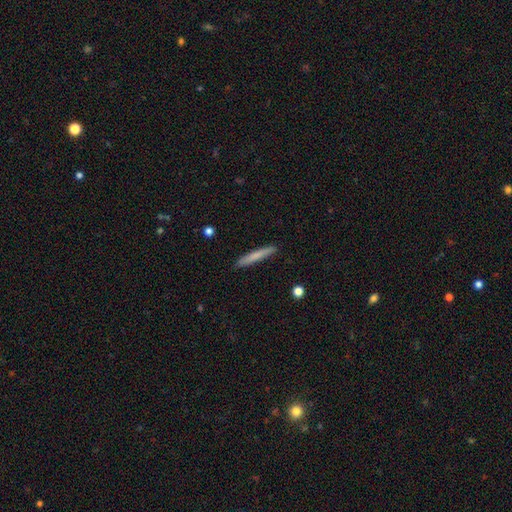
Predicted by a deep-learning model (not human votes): Overall: smooth (72%). How rounded: cigar-shaped (96%). Merging: none (90%).